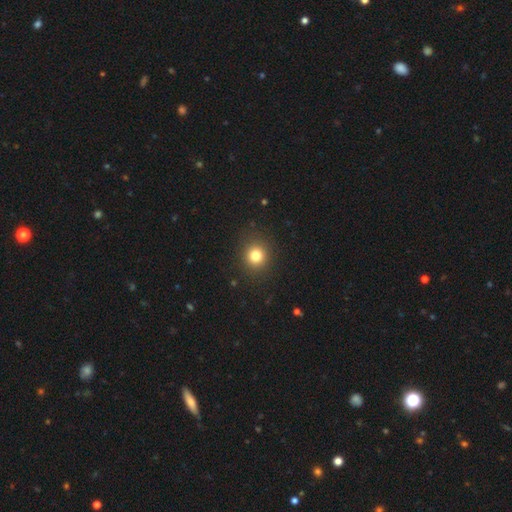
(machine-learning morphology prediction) smooth 80%, star or artifact 13%, featured or disk 7%. Down the decision tree: how rounded — round (87%); merging — none (90%).